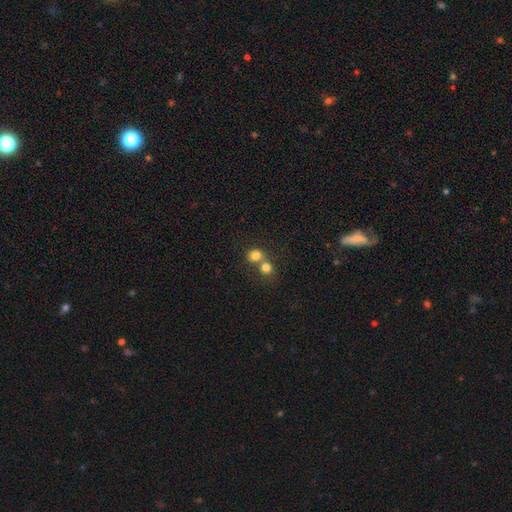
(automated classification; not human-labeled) Smooth or featured?
  - smooth: 79% *
  - star or artifact: 12%
  - featured or disk: 9%
How rounded?
  - round: 76% *
  - in between: 23%
  - cigar-shaped: 1%
Merging?
  - merger: 56% *
  - none: 36%
  - minor disturbance: 6%
  - major disturbance: 3%